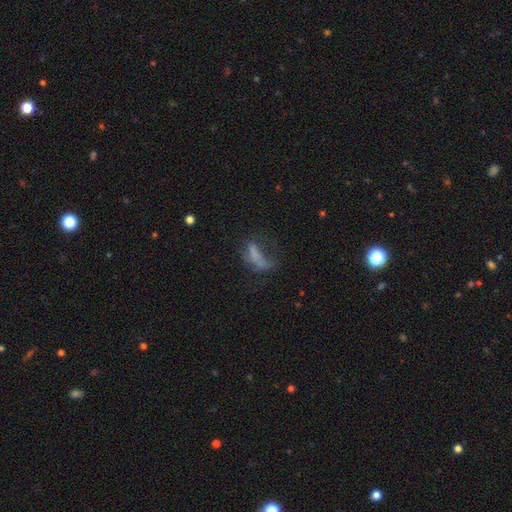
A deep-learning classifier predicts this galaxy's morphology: smooth 49%, featured or disk 32%, star or artifact 19%. Down the decision tree: merging — major disturbance (46%).